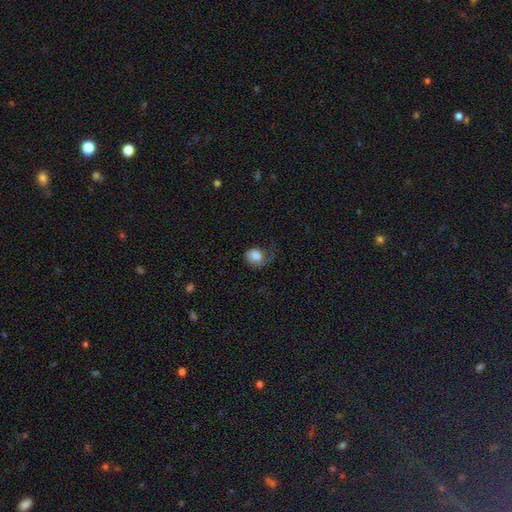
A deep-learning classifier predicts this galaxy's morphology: This is likely a smooth galaxy (68%). How rounded: likely round (63%). Merging: marginally none (36%).